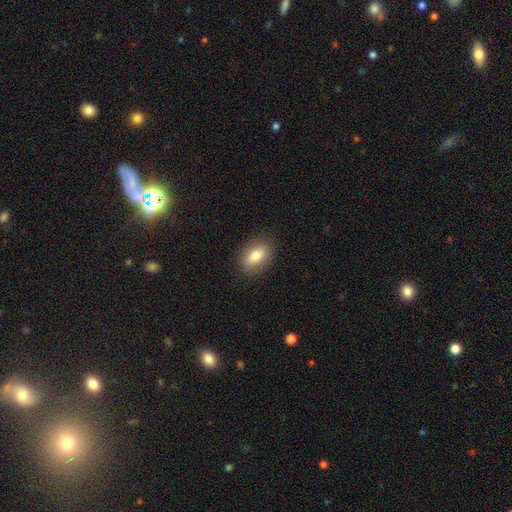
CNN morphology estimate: A smooth galaxy with no disk features (76%) that is in between round and cigar-shaped (82%).

Vote fractions:
- Smooth or featured? smooth: 76% / featured or disk: 16% / star or artifact: 8%
- How rounded? in between: 82% / round: 15% / cigar-shaped: 3%
- Merging? none: 86% / minor disturbance: 10% / major disturbance: 3% / merger: 1%